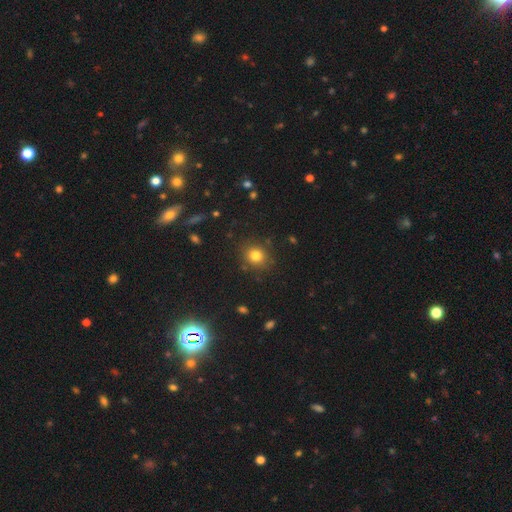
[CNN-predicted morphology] This is likely a smooth galaxy (79%). How rounded: likely round (79%). Merging: clearly none (85%).